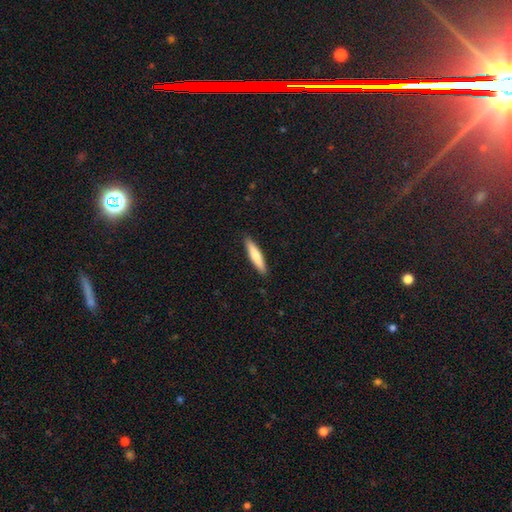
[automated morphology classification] Smooth or featured? Predicted: smooth (p=0.73). How rounded? Predicted: cigar-shaped (p=0.86). Merging? Predicted: none (p=0.90).